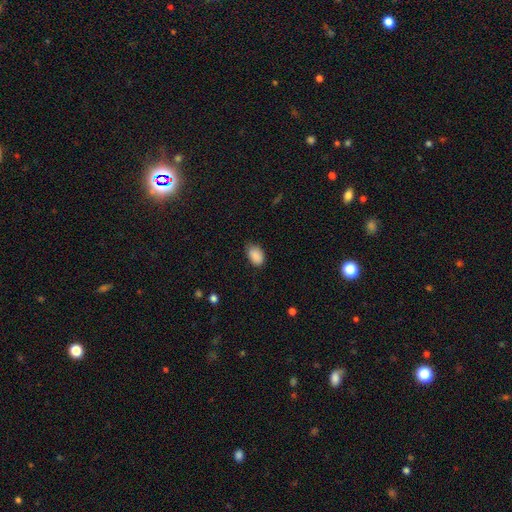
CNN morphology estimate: smooth-or-featured: smooth: 89% | star or artifact: 8% | featured or disk: 4%
  how-rounded: in between: 89% | round: 10% | cigar-shaped: 1%
  merging: none: 69% | minor disturbance: 26% | major disturbance: 4% | merger: 1%